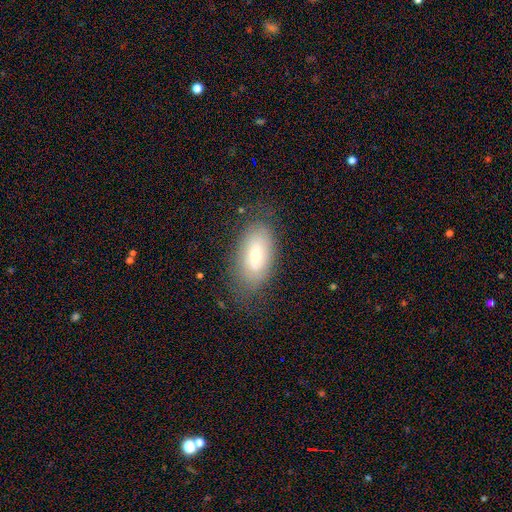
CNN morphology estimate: Smooth or featured? Predicted: smooth (p=0.61). How rounded? Predicted: in between (p=0.92). Merging? Predicted: none (p=0.68).